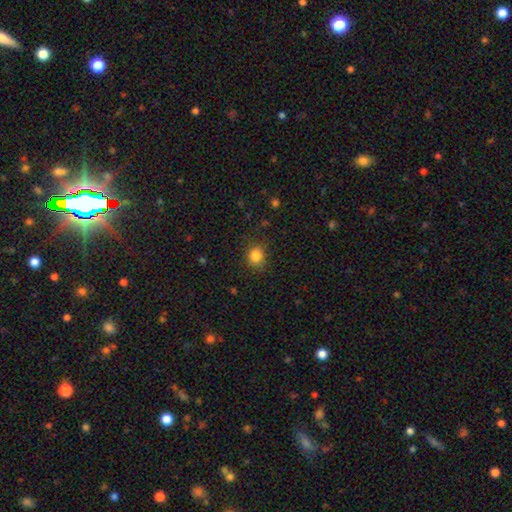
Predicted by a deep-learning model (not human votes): Smooth or featured: smooth — 84% (star or artifact — 11%)
How rounded: round — 79% (in between — 20%)
Merging: none — 84% (minor disturbance — 11%)